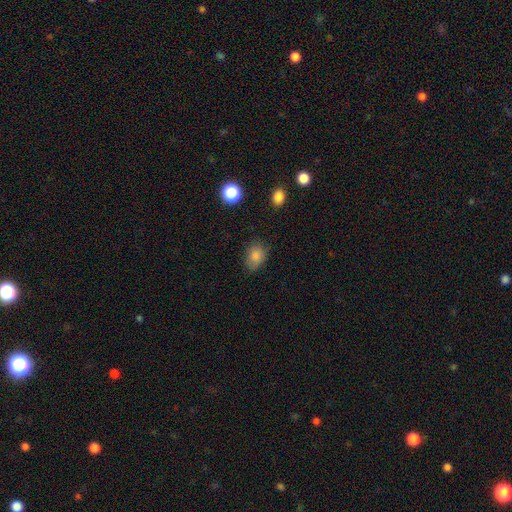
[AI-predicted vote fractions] Smooth or featured?
  - smooth: 83% *
  - star or artifact: 10%
  - featured or disk: 7%
How rounded?
  - in between: 66% *
  - round: 33%
  - cigar-shaped: 1%
Merging?
  - none: 73% *
  - minor disturbance: 20%
  - major disturbance: 5%
  - merger: 2%